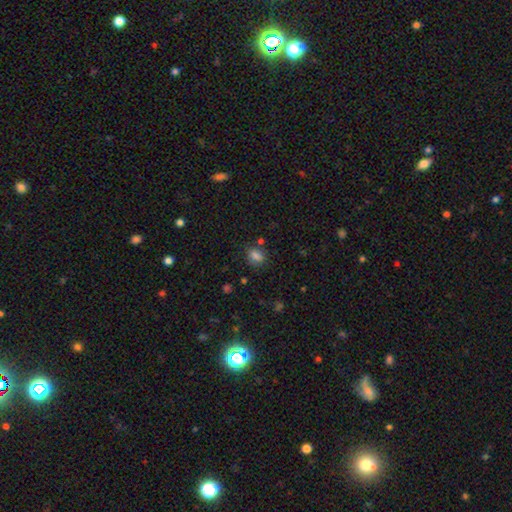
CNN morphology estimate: Smooth or featured? Predicted: smooth (p=0.81). How rounded? Predicted: in between (p=0.55). Merging? Predicted: none (p=0.73).